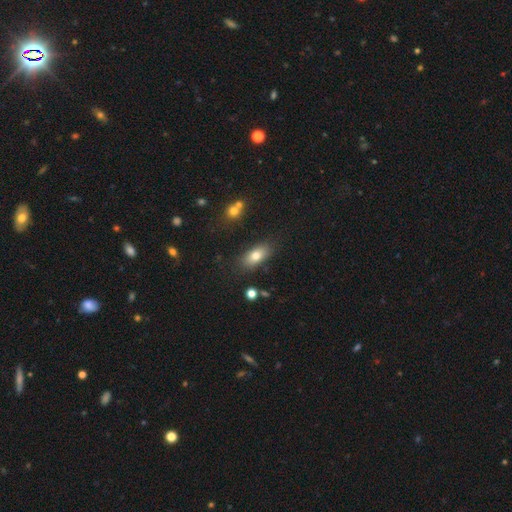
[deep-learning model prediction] A smooth galaxy with no disk features (76%) that is in between round and cigar-shaped (84%).

Vote fractions:
- Smooth or featured? smooth: 76% / featured or disk: 14% / star or artifact: 9%
- How rounded? in between: 84% / cigar-shaped: 9% / round: 6%
- Merging? none: 80% / minor disturbance: 13% / major disturbance: 4% / merger: 3%